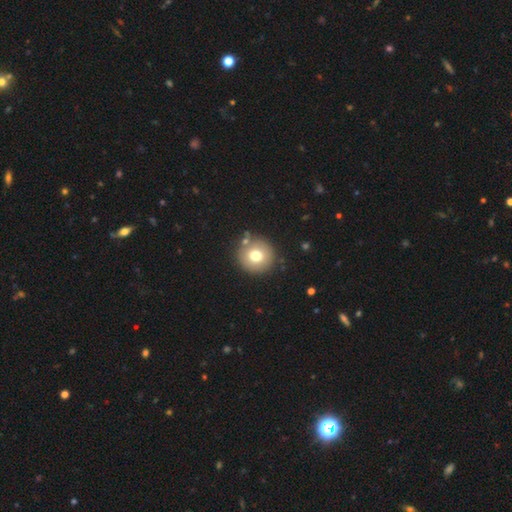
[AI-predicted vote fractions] A smooth galaxy with no disk features (72%) that is round (94%).

Vote fractions:
- Smooth or featured? smooth: 72% / featured or disk: 17% / star or artifact: 11%
- How rounded? round: 94% / in between: 5% / cigar-shaped: 1%
- Merging? none: 83% / minor disturbance: 8% / merger: 6% / major disturbance: 3%